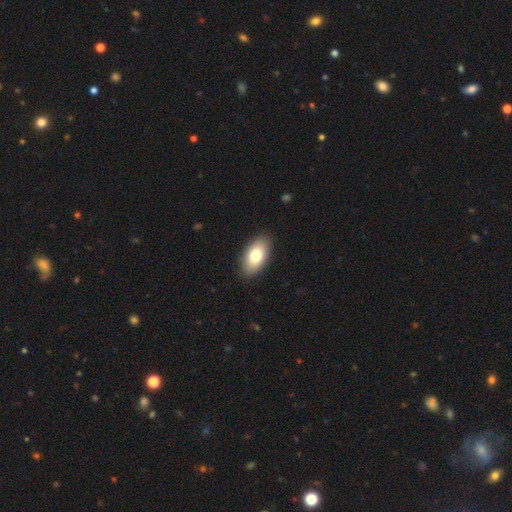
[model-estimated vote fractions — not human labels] A smooth galaxy with no disk features (77%) that is in between round and cigar-shaped (94%).

Vote fractions:
- Smooth or featured? smooth: 77% / featured or disk: 16% / star or artifact: 7%
- How rounded? in between: 94% / round: 4% / cigar-shaped: 2%
- Merging? none: 88% / minor disturbance: 9% / major disturbance: 2% / merger: 1%